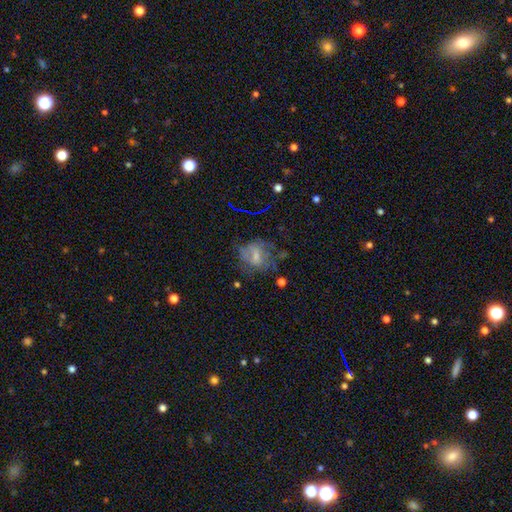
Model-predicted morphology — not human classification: Smooth or featured?
  - featured or disk: 44% *
  - smooth: 41%
  - star or artifact: 15%
Merging?
  - none: 43% *
  - major disturbance: 28%
  - minor disturbance: 25%
  - merger: 4%